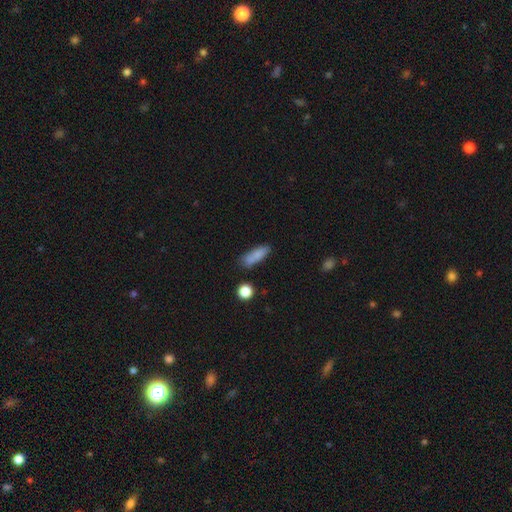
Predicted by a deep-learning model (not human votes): This is clearly a smooth galaxy (82%). How rounded: possibly in between (51%). Merging: likely none (67%).